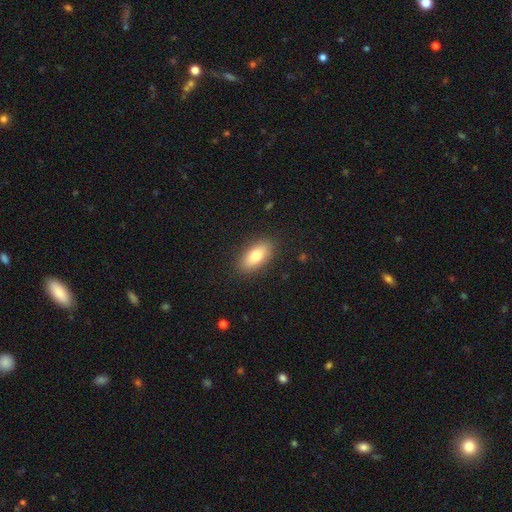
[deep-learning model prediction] A smooth galaxy with no disk features (79%) that is in between round and cigar-shaped (87%). Merging: none (88%).